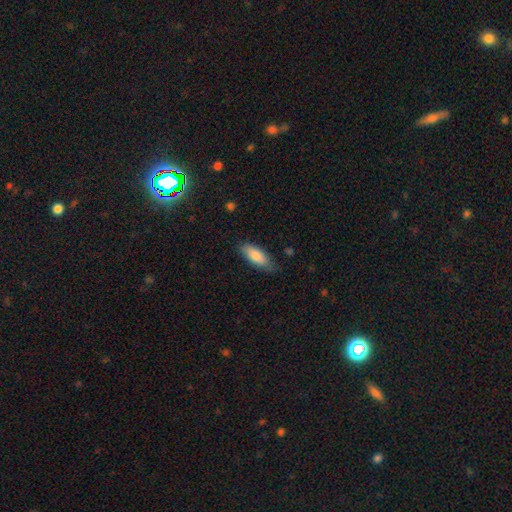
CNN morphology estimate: smooth 81%, featured or disk 13%, star or artifact 6%. Down the decision tree: how rounded — in between (75%); merging — none (75%).